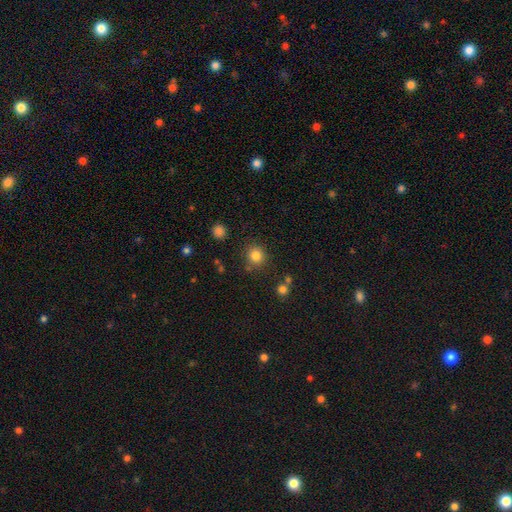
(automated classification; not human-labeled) Q: Smooth or featured?
A: smooth (82%); runner-up: star or artifact (12%)
Q: How rounded?
A: round (90%); runner-up: in between (9%)
Q: Merging?
A: none (82%); runner-up: minor disturbance (9%)